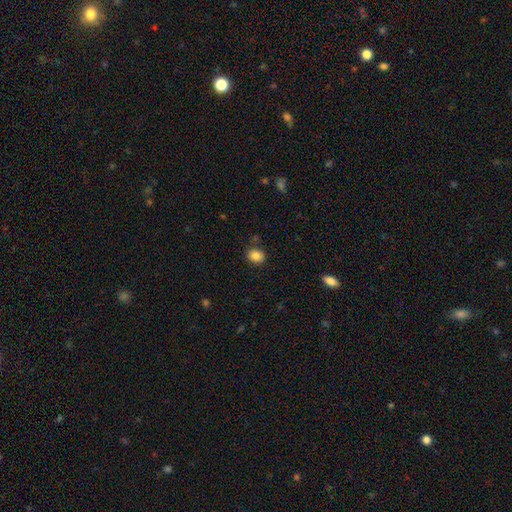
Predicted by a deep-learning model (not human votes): This is clearly a smooth galaxy (84%). How rounded: possibly in between (51%). Merging: clearly none (82%).